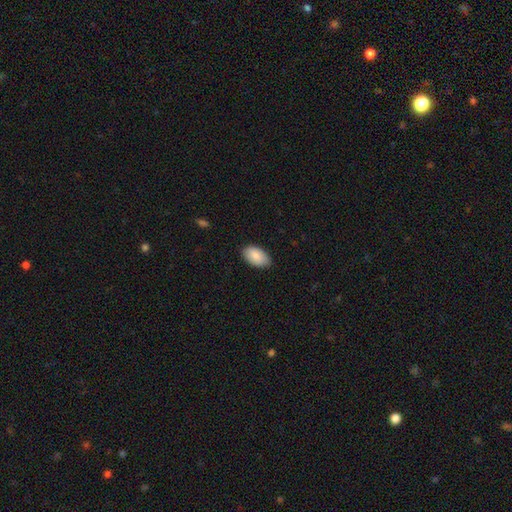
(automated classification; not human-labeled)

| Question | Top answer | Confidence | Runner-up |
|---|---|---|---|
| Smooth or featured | smooth | 88% | star or artifact (6%) |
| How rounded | in between | 95% | round (3%) |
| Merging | none | 84% | minor disturbance (13%) |